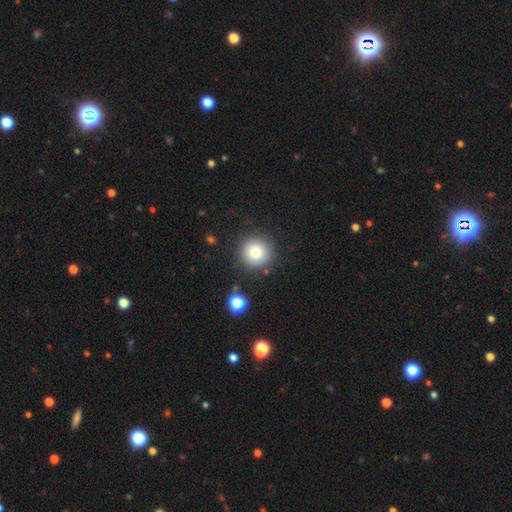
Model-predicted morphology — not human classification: This appears to be a smooth galaxy with no disk features (81%) that is round (94%). Merging: none (84%).